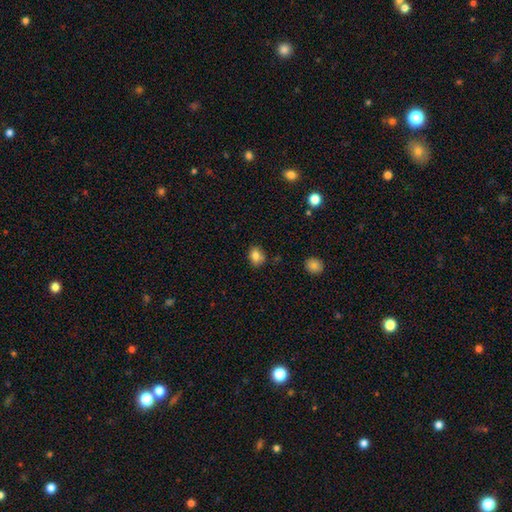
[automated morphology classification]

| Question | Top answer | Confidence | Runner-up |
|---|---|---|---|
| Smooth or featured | smooth | 82% | star or artifact (10%) |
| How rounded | in between | 52% | round (47%) |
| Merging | none | 77% | minor disturbance (16%) |